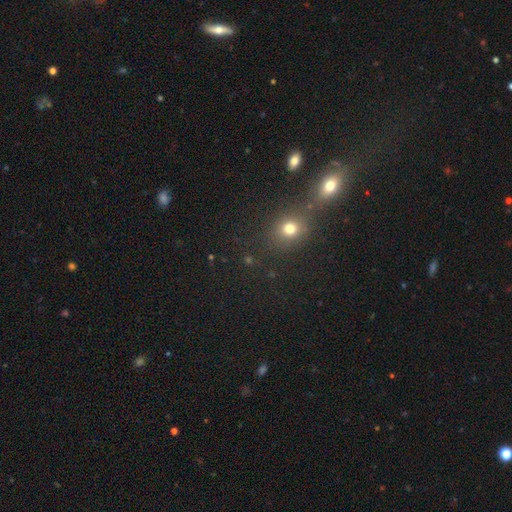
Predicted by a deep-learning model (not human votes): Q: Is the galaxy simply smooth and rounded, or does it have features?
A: smooth — 46%.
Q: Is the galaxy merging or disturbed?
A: merger — 48%.